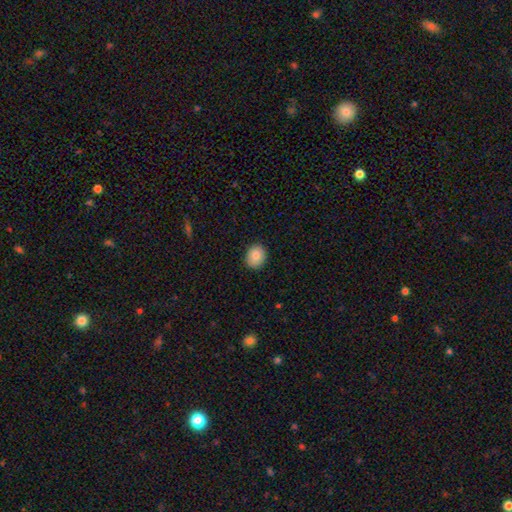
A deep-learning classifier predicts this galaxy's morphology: Overall: smooth (87%). How rounded: round (60%; in between 39%). Merging: none (89%).